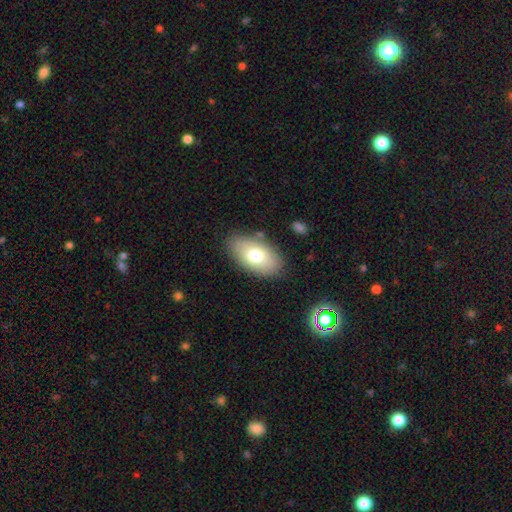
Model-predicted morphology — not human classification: This appears to be a smooth galaxy with no disk features (74%) that is in between round and cigar-shaped (93%). Merging: none (81%).